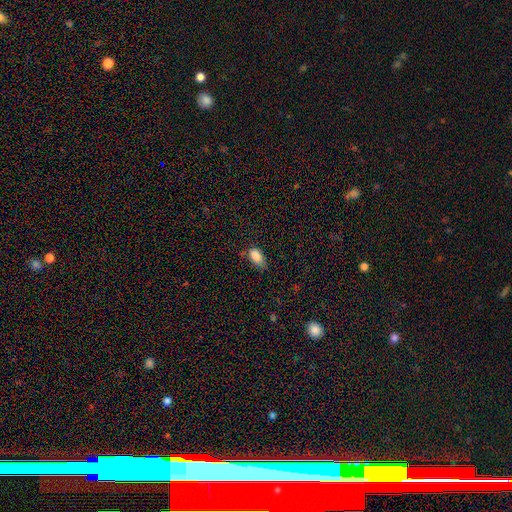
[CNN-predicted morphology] A smooth galaxy with no disk features (85%) that is in between round and cigar-shaped (91%).

Vote fractions:
- Smooth or featured? smooth: 85% / star or artifact: 9% / featured or disk: 6%
- How rounded? in between: 91% / round: 5% / cigar-shaped: 3%
- Merging? none: 56% / minor disturbance: 33% / major disturbance: 8% / merger: 3%